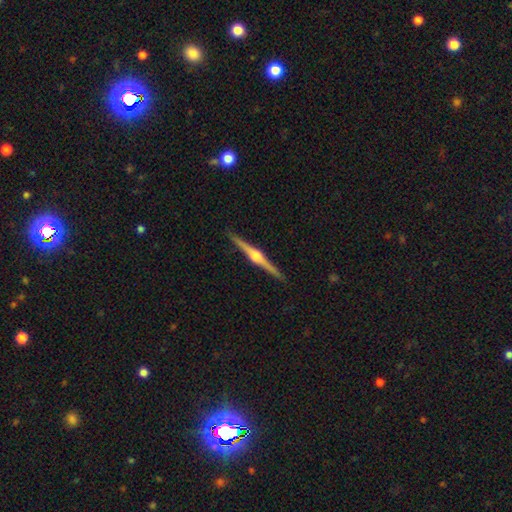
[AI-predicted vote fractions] A featured or disk galaxy (87%) viewed edge-on (99%) with a rounded central bulge (94%).

Vote fractions:
- Smooth or featured? featured or disk: 87% / smooth: 9% / star or artifact: 5%
- Edge-on disk? yes: 99% / no: 1%
- Edge-on bulge? rounded: 94% / boxy: 4% / none: 2%
- Merging? none: 93% / minor disturbance: 5% / major disturbance: 1% / merger: 1%